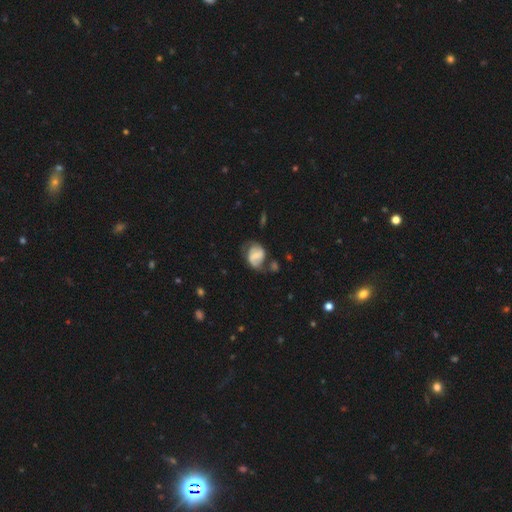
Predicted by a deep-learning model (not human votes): Smooth or featured? featured or disk (53%)
Edge-on disk? no (97%)
Bar? weak (42%)
Spiral arms? yes (74%)
Bulge size? small (38%)
Merging? none (39%)